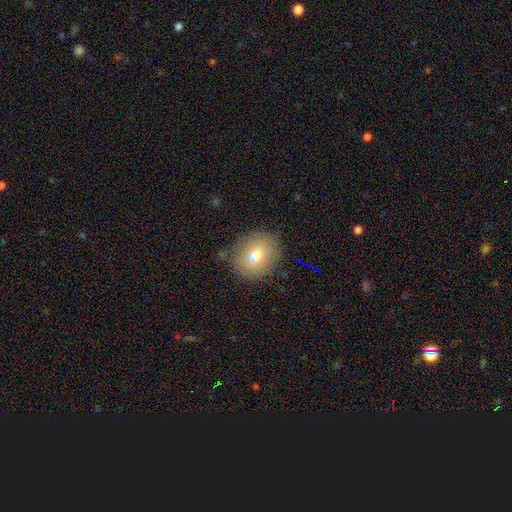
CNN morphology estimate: A smooth galaxy with no disk features (76%) that is round (57%). Merging: none (81%).